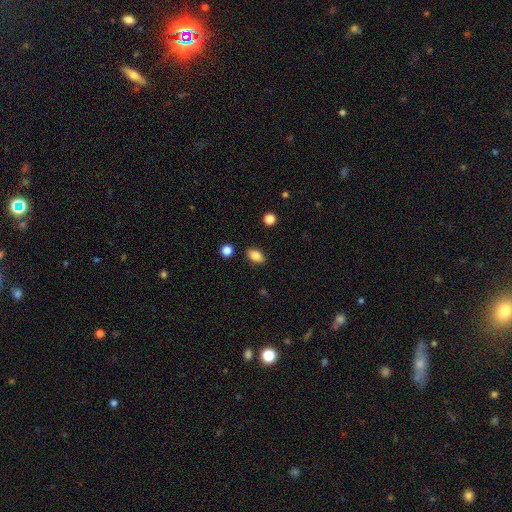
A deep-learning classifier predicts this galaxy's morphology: Smooth or featured: smooth — 84% (star or artifact — 9%)
How rounded: in between — 87% (round — 10%)
Merging: none — 87% (minor disturbance — 9%)